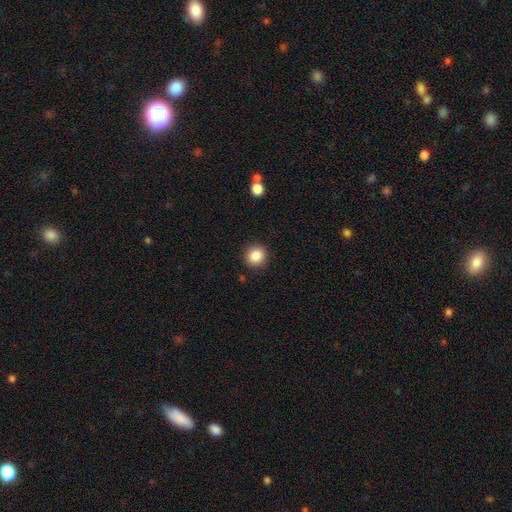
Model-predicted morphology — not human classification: Smooth or featured: smooth — 87% (star or artifact — 9%)
How rounded: round — 91% (in between — 8%)
Merging: none — 91% (minor disturbance — 6%)